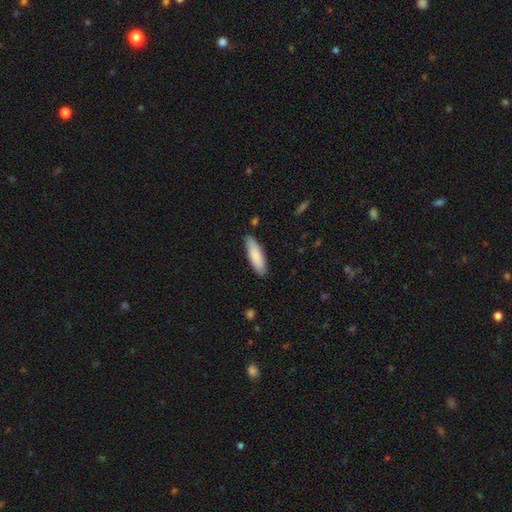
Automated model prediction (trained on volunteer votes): smooth-or-featured: smooth: 85% | featured or disk: 10% | star or artifact: 5%
  how-rounded: cigar-shaped: 51% | in between: 48% | round: 1%
  merging: none: 86% | minor disturbance: 11% | major disturbance: 2% | merger: 1%